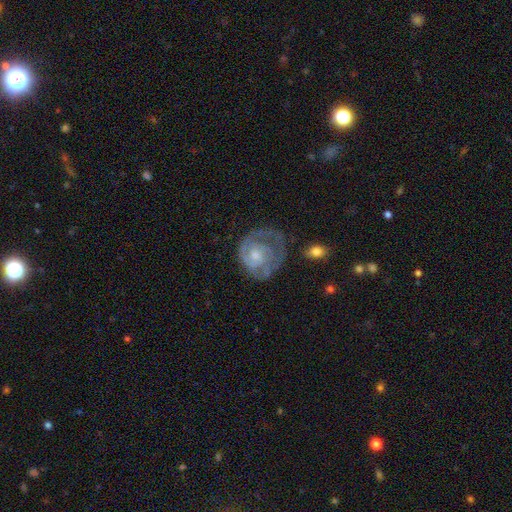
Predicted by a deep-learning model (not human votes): Q: Smooth or featured?
A: featured or disk (76%); runner-up: smooth (17%)
Q: Edge-on disk?
A: no (98%); runner-up: yes (2%)
Q: Bar?
A: no (72%); runner-up: weak (24%)
Q: Spiral arms?
A: yes (86%); runner-up: no (14%)
Q: Spiral winding?
A: tight (62%); runner-up: medium (29%)
Q: Spiral arm count?
A: 2 (39%); runner-up: can't tell (31%)
Q: Bulge size?
A: small (52%); runner-up: moderate (39%)
Q: Merging?
A: none (58%); runner-up: minor disturbance (23%)